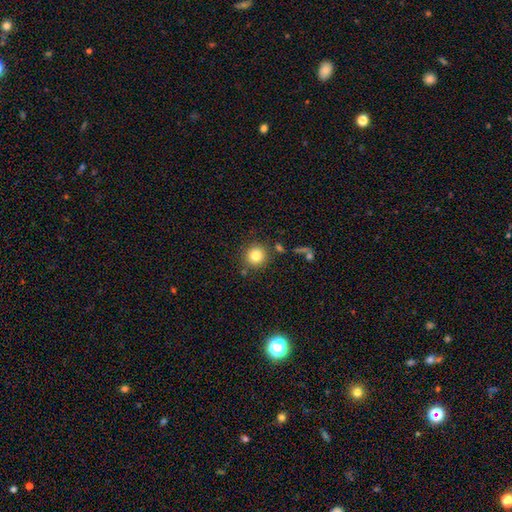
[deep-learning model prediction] Smooth or featured? Predicted: smooth (p=0.81). How rounded? Predicted: round (p=0.93). Merging? Predicted: none (p=0.81).